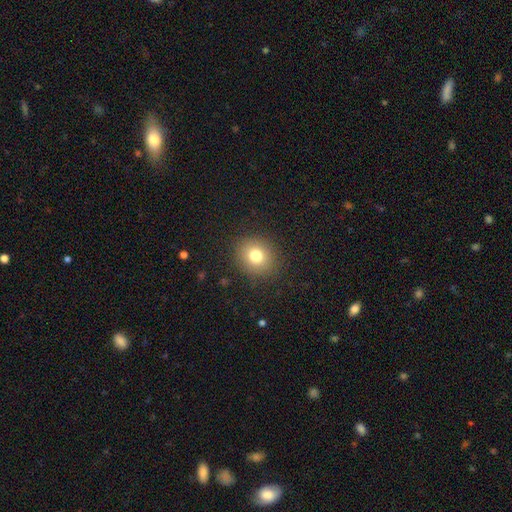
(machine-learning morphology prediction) Smooth or featured: smooth — 78% (star or artifact — 13%)
How rounded: round — 80% (in between — 19%)
Merging: none — 89% (minor disturbance — 7%)